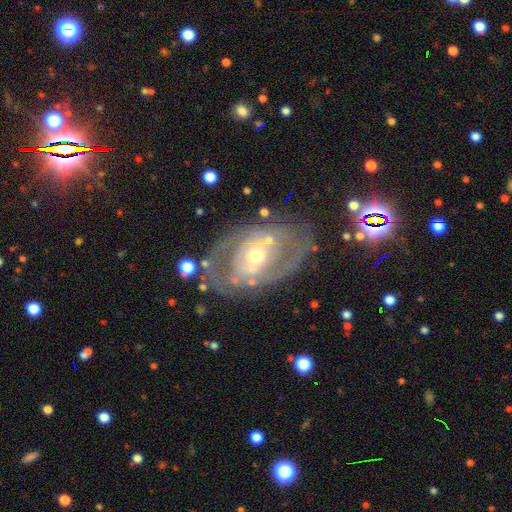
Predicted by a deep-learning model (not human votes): Smooth or featured: featured or disk — 78% (smooth — 17%)
Edge-on disk: no — 94% (yes — 6%)
Bar: no — 66% (weak — 24%)
Spiral arms: yes — 56% (no — 44%)
Bulge size: moderate — 68% (small — 23%)
Merging: none — 70% (minor disturbance — 17%)